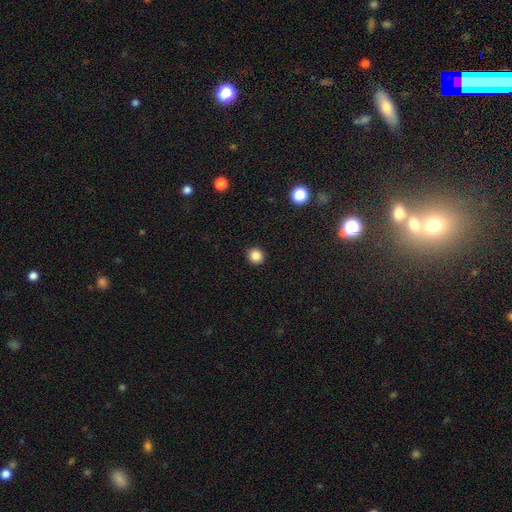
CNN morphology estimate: smooth 86%, star or artifact 11%, featured or disk 3%. Down the decision tree: how rounded — round (92%); merging — none (92%).